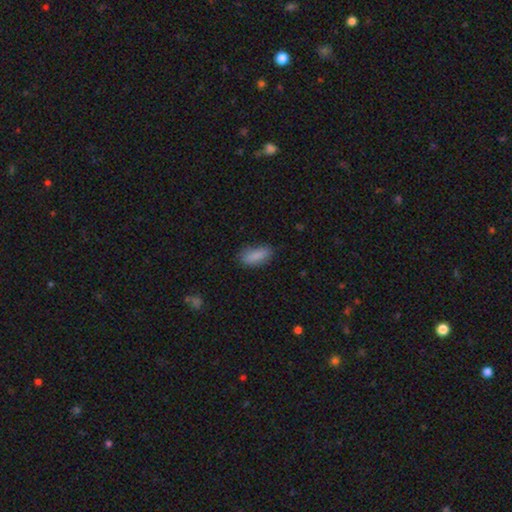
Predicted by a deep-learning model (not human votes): The model was most divided on "merging": none: 76%, minor disturbance: 19%, major disturbance: 4%, merger: 1%. More confident: smooth or featured — smooth (87%); how rounded — in between (79%).